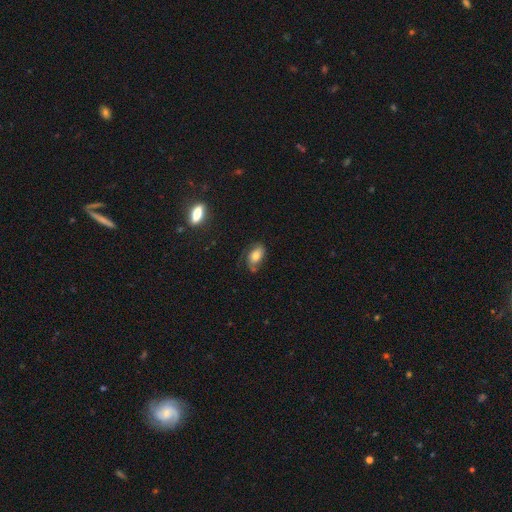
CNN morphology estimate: A smooth galaxy with no disk features (54%) that is in between round and cigar-shaped (88%).

Vote fractions:
- Smooth or featured? smooth: 54% / featured or disk: 37% / star or artifact: 9%
- How rounded? in between: 88% / round: 9% / cigar-shaped: 3%
- Merging? none: 57% / minor disturbance: 26% / major disturbance: 13% / merger: 4%